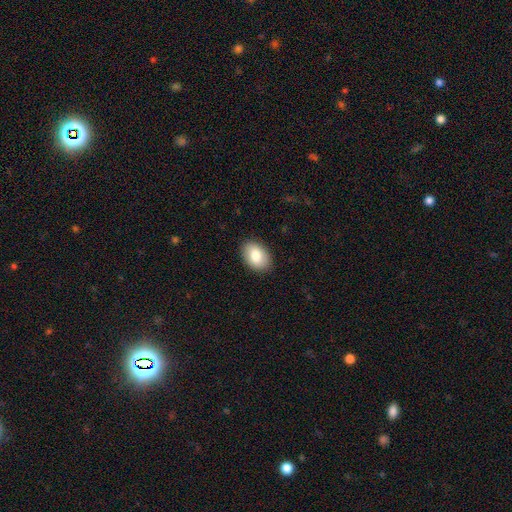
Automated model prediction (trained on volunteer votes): Smooth or featured? Predicted: smooth (p=0.82). How rounded? Predicted: in between (p=0.85). Merging? Predicted: none (p=0.88).